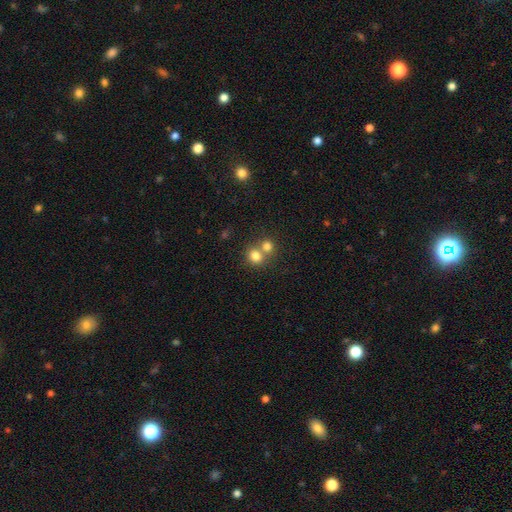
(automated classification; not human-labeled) smooth-or-featured: smooth: 78% | star or artifact: 12% | featured or disk: 10%
  how-rounded: round: 78% | in between: 21% | cigar-shaped: 1%
  merging: merger: 51% | none: 40% | minor disturbance: 6% | major disturbance: 3%